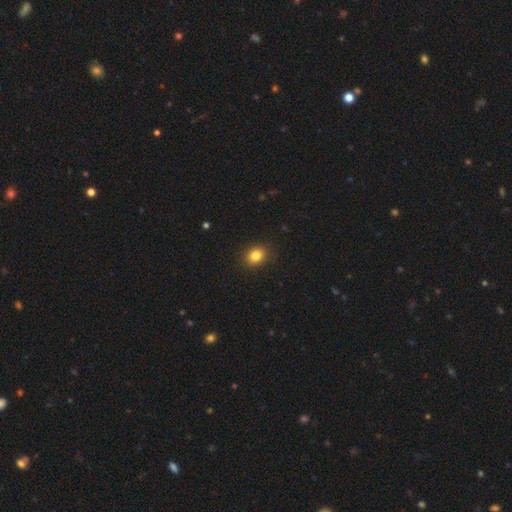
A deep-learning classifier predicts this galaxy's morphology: Overall: smooth (83%). How rounded: round (57%; in between 42%). Merging: none (89%).